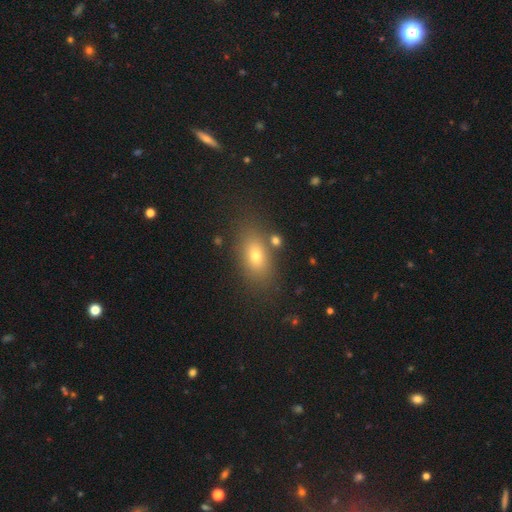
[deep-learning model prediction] This is likely a smooth galaxy (73%). How rounded: clearly in between (82%). Merging: likely none (79%).